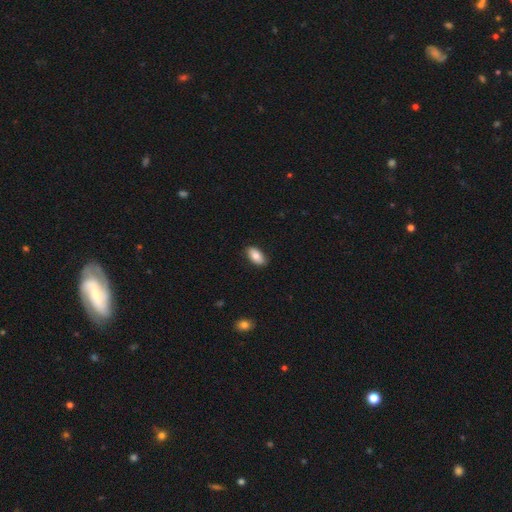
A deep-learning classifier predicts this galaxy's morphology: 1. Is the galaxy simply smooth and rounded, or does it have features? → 82% smooth, 12% featured or disk, 7% star or artifact.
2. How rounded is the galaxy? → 93% in between, 4% cigar-shaped, 3% round.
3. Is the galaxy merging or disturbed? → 86% none, 11% minor disturbance, 2% major disturbance, 1% merger.